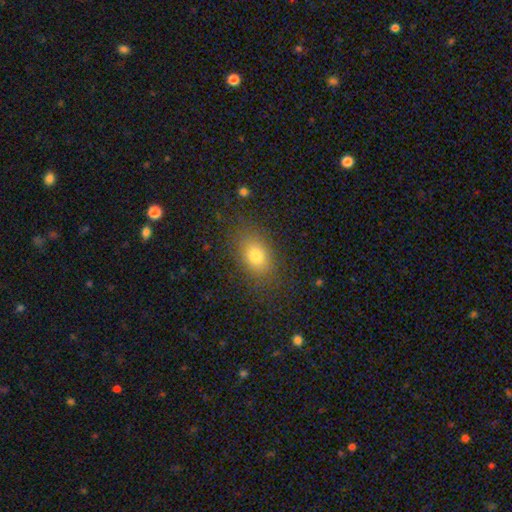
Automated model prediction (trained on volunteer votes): Smooth or featured? Predicted: smooth (p=0.79). How rounded? Predicted: in between (p=0.77). Merging? Predicted: none (p=0.83).